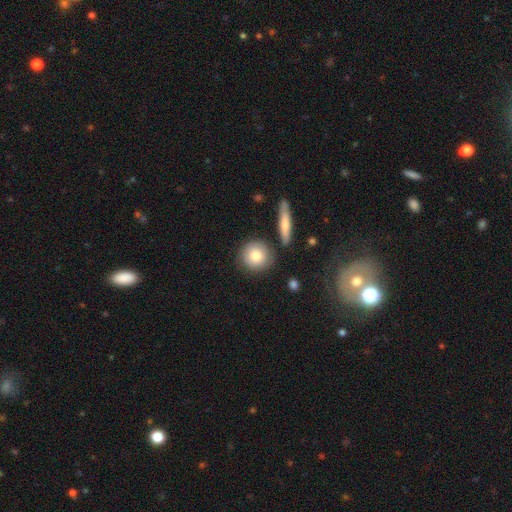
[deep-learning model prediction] smooth-or-featured: smooth: 81% | featured or disk: 13% | star or artifact: 7%
  how-rounded: round: 90% | in between: 9% | cigar-shaped: 2%
  merging: none: 81% | minor disturbance: 10% | merger: 7% | major disturbance: 3%